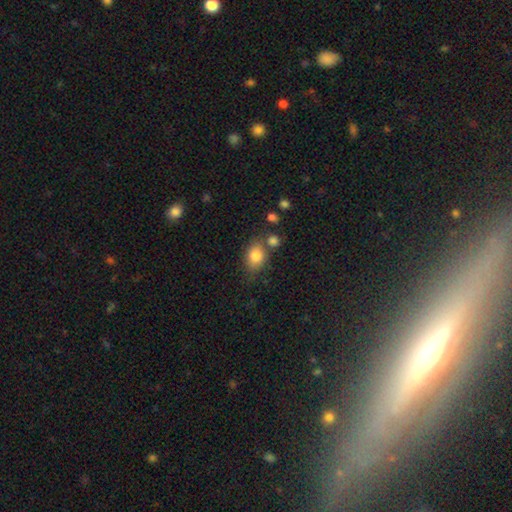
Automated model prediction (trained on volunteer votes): Smooth or featured?
  - smooth: 82% *
  - featured or disk: 9%
  - star or artifact: 9%
How rounded?
  - in between: 68% *
  - round: 31%
  - cigar-shaped: 2%
Merging?
  - none: 61% *
  - minor disturbance: 19%
  - merger: 15%
  - major disturbance: 6%